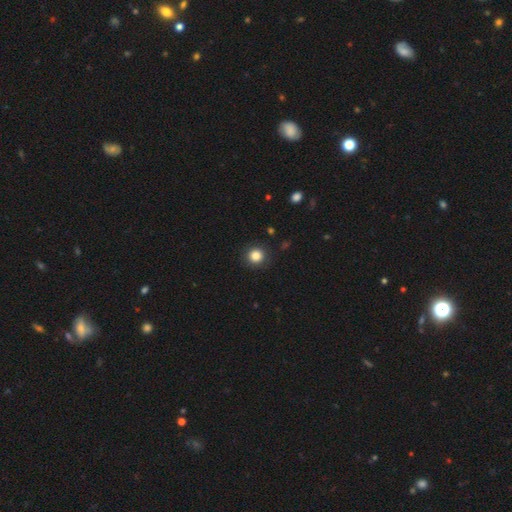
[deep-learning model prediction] This is clearly a smooth galaxy (84%). How rounded: clearly round (93%). Merging: clearly none (90%).